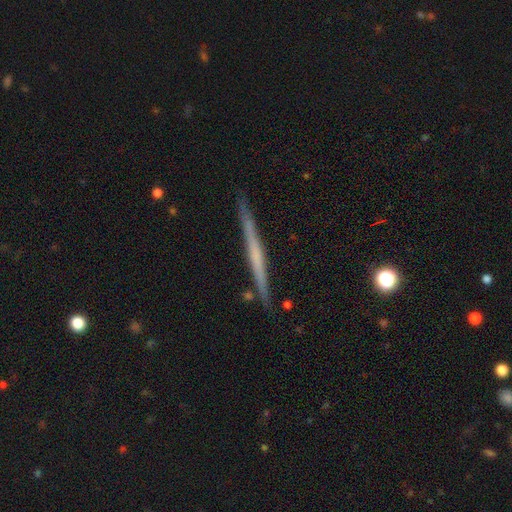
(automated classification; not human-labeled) featured or disk 64%, smooth 31%, star or artifact 6%. Down the decision tree: edge-on disk — yes (98%); edge-on bulge — none (78%); merging — none (89%).